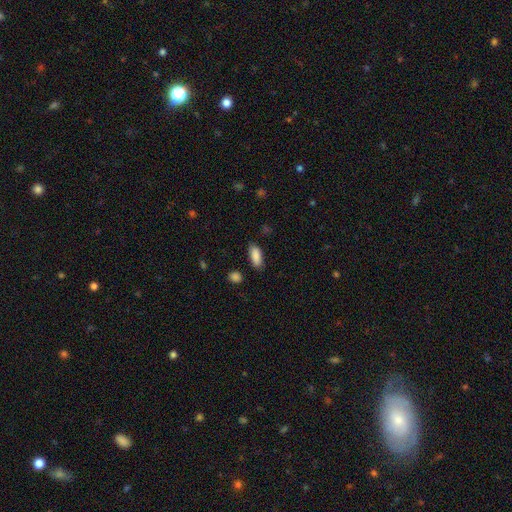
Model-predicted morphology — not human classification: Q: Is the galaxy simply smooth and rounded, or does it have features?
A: smooth — 88%.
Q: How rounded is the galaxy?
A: in between — 80%.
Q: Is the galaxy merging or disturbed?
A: none — 82%.